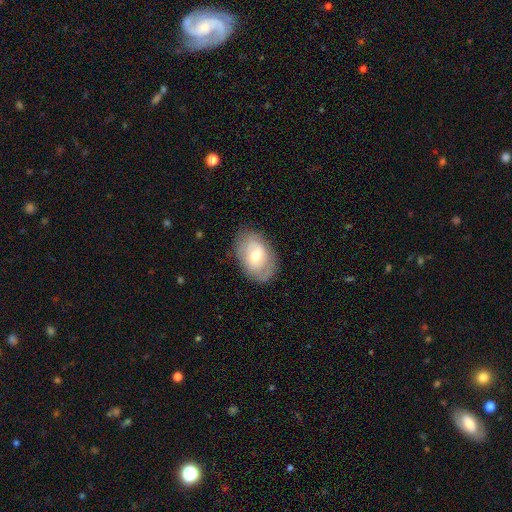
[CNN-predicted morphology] smooth-or-featured: smooth: 47% | featured or disk: 46% | star or artifact: 7%
  merging: none: 77% | minor disturbance: 17% | major disturbance: 5% | merger: 1%